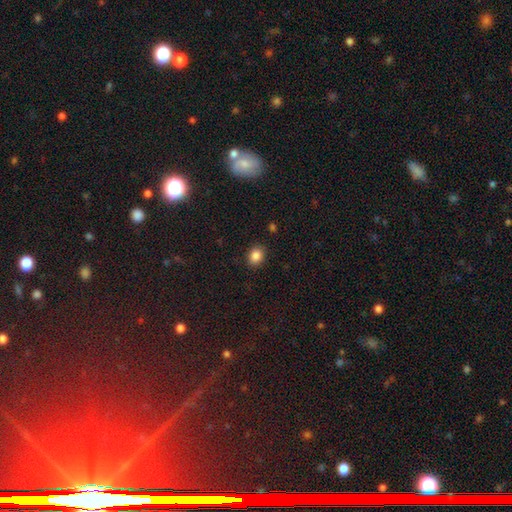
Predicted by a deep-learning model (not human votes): Smooth or featured: smooth — 86% (star or artifact — 10%)
How rounded: round — 55% (in between — 44%)
Merging: none — 88% (minor disturbance — 8%)